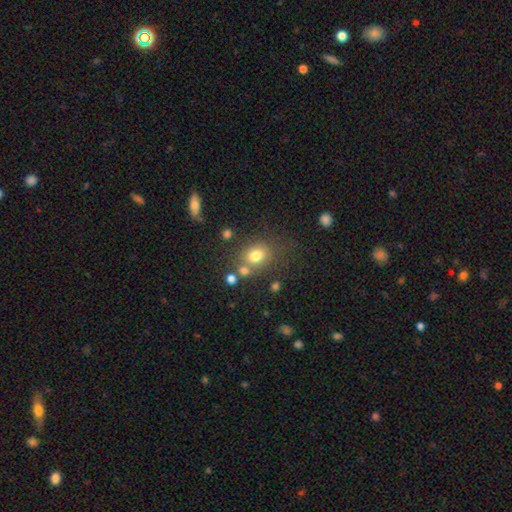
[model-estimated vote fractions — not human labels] smooth_or_featured: smooth (p=0.75) [alt: star or artifact p=0.14]
how_rounded: round (p=0.59) [alt: in between p=0.40]
merging: none (p=0.64) [alt: merger p=0.15]